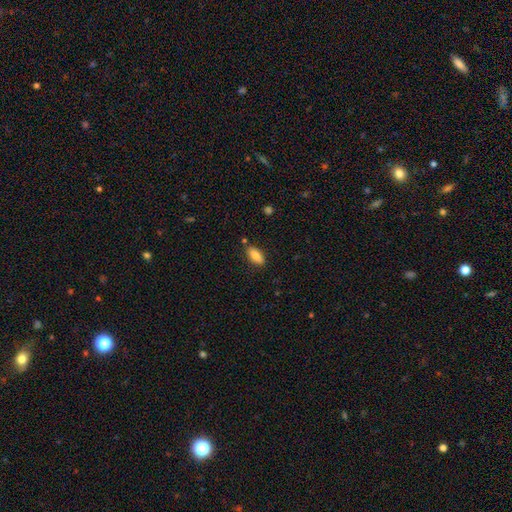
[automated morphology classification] smooth-or-featured: smooth: 83% | featured or disk: 10% | star or artifact: 7%
  how-rounded: in between: 79% | cigar-shaped: 19% | round: 2%
  merging: none: 82% | minor disturbance: 11% | merger: 4% | major disturbance: 2%